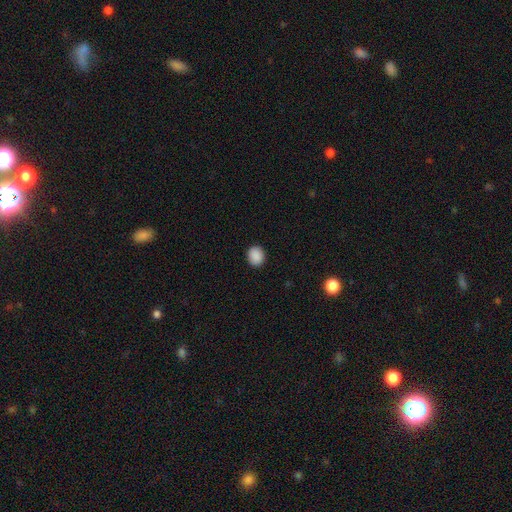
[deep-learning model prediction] Overall: smooth (89%). How rounded: round (64%; in between 35%). Merging: none (90%).